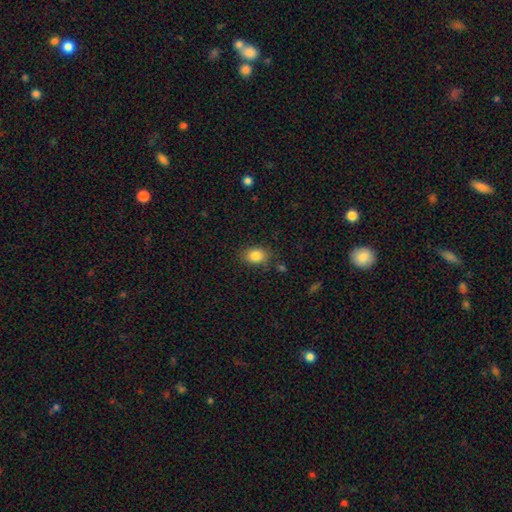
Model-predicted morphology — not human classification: smooth_or_featured: smooth (p=0.85) [alt: star or artifact p=0.09]
how_rounded: in between (p=0.62) [alt: round p=0.37]
merging: none (p=0.81) [alt: minor disturbance p=0.13]